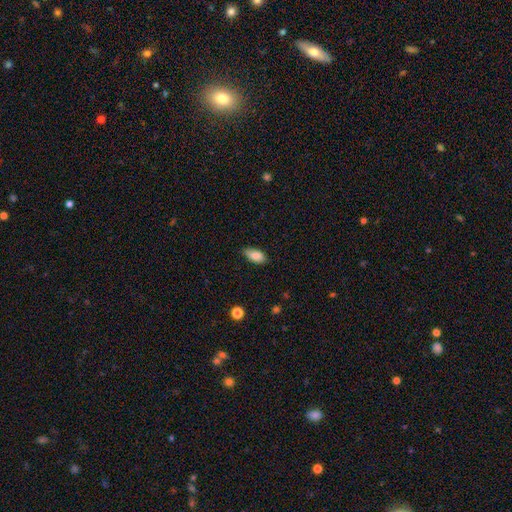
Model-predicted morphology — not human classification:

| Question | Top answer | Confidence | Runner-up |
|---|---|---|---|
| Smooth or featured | smooth | 86% | star or artifact (7%) |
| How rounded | in between | 89% | cigar-shaped (8%) |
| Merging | none | 75% | minor disturbance (21%) |